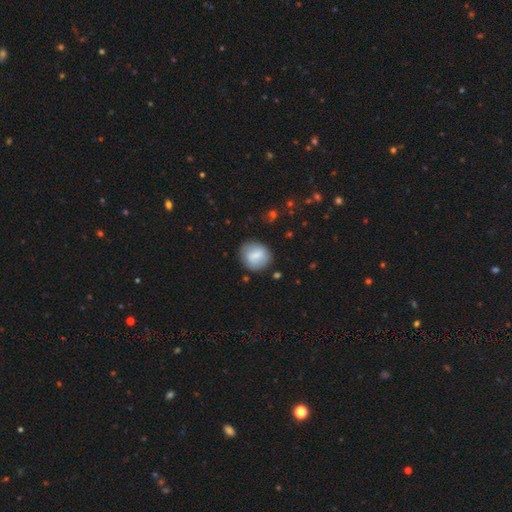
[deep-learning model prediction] smooth-or-featured: smooth: 73% | featured or disk: 20% | star or artifact: 7%
  how-rounded: round: 79% | in between: 20% | cigar-shaped: 1%
  merging: none: 80% | minor disturbance: 14% | major disturbance: 4% | merger: 2%